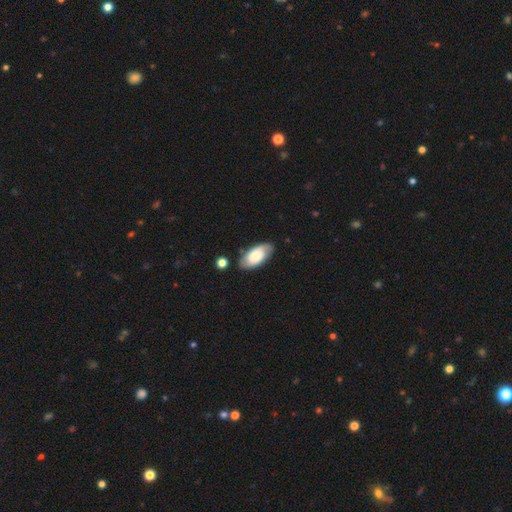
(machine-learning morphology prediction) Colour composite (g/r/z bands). It shows a smooth galaxy with no disk features (59%) that is in between round and cigar-shaped (93%). Merging: none (77%).